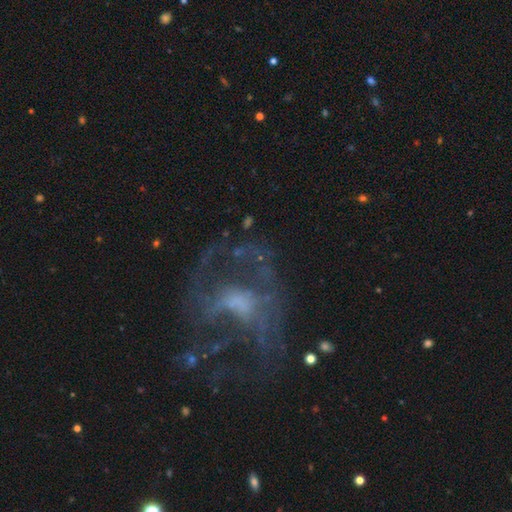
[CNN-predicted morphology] Smooth or featured: featured or disk — 71% (star or artifact — 16%)
Edge-on disk: no — 97% (yes — 3%)
Bar: no — 58% (weak — 32%)
Spiral arms: yes — 63% (no — 37%)
Bulge size: moderate — 34% (small — 31%)
Merging: none — 49% (major disturbance — 32%)